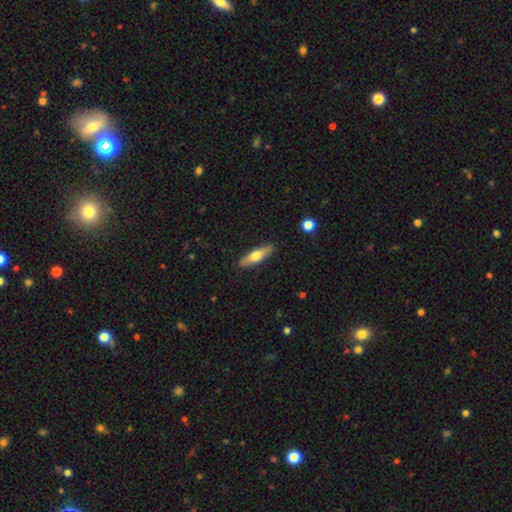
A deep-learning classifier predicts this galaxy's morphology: smooth-or-featured: smooth: 58% | featured or disk: 37% | star or artifact: 6%
  how-rounded: cigar-shaped: 68% | in between: 30% | round: 2%
  merging: none: 88% | minor disturbance: 9% | major disturbance: 2% | merger: 1%